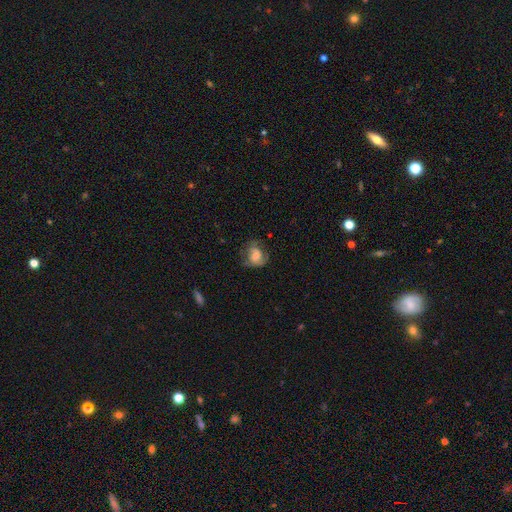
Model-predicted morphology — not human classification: Overall: smooth (47%; featured or disk 44%). Merging: none (52%; minor disturbance 27%).